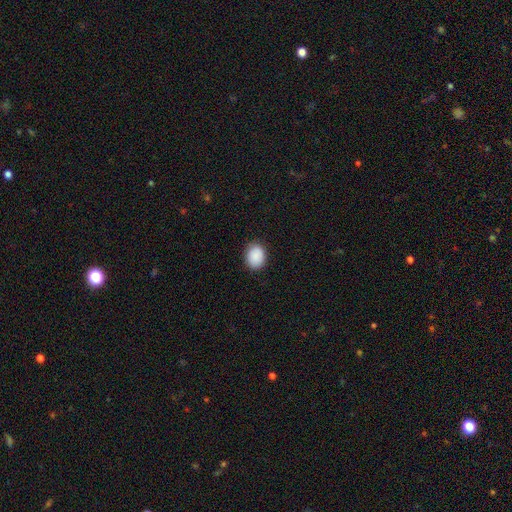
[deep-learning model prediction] Morphology: type=smooth (90%); roundness=in between (57%); merging=none (87%).